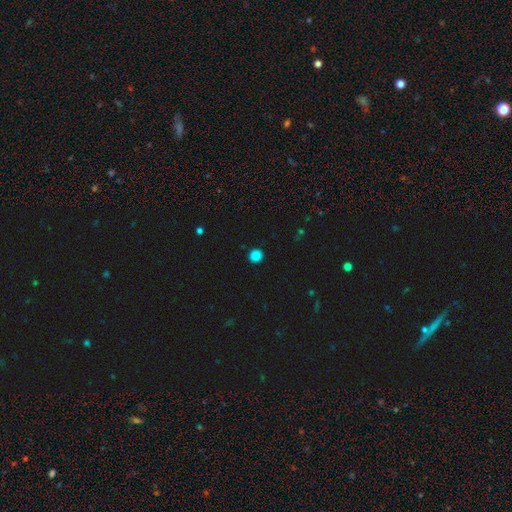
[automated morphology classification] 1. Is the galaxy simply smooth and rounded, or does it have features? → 86% smooth, 12% star or artifact, 3% featured or disk.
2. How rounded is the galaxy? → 94% round, 5% in between, 1% cigar-shaped.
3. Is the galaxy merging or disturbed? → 92% none, 5% minor disturbance, 2% major disturbance, 1% merger.